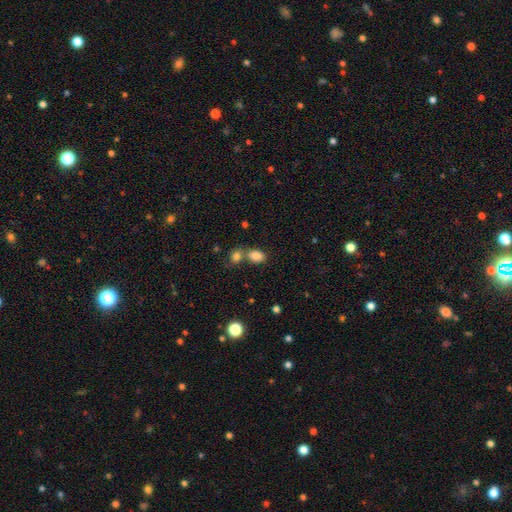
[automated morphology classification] This appears to be a smooth galaxy with no disk features (84%) that is in between round and cigar-shaped (80%). Merging: none (48%).